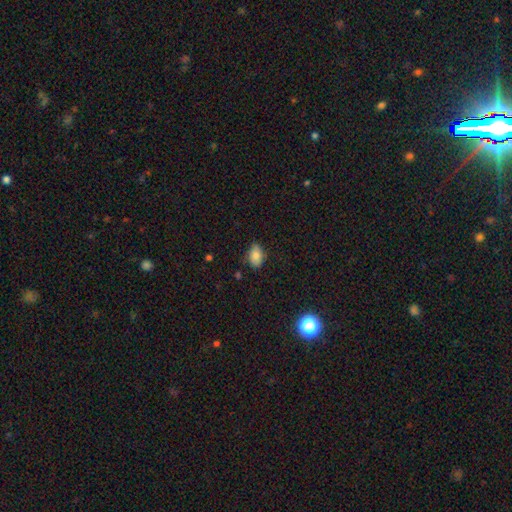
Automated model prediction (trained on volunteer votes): A smooth galaxy with no disk features (83%) that is in between round and cigar-shaped (86%).

Vote fractions:
- Smooth or featured? smooth: 83% / star or artifact: 9% / featured or disk: 8%
- How rounded? in between: 86% / round: 13% / cigar-shaped: 1%
- Merging? none: 74% / minor disturbance: 21% / major disturbance: 3% / merger: 2%